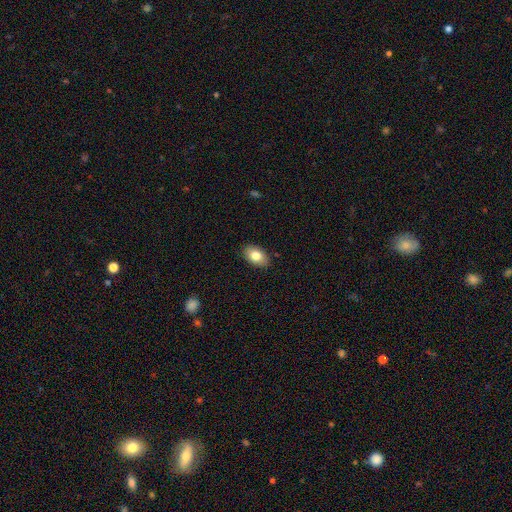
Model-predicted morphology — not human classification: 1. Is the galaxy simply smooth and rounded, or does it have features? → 81% smooth, 12% featured or disk, 7% star or artifact.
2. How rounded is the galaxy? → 89% in between, 9% round, 1% cigar-shaped.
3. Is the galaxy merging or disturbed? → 88% none, 9% minor disturbance, 2% major disturbance, 1% merger.